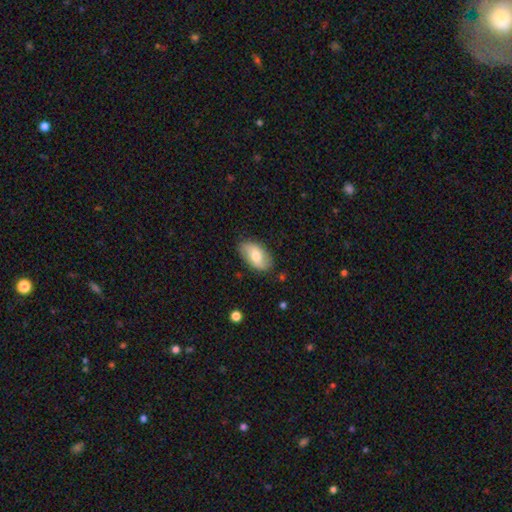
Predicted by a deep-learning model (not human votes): A smooth galaxy with no disk features (62%) that is in between round and cigar-shaped (93%).

Vote fractions:
- Smooth or featured? smooth: 62% / featured or disk: 32% / star or artifact: 6%
- How rounded? in between: 93% / round: 5% / cigar-shaped: 2%
- Merging? none: 81% / minor disturbance: 14% / major disturbance: 3% / merger: 1%